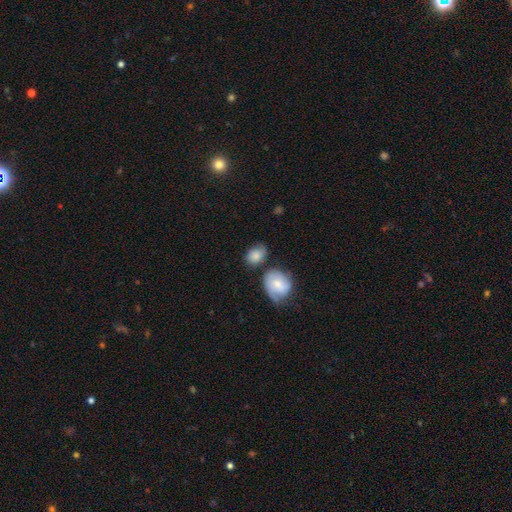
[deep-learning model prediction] Q: Smooth or featured?
A: smooth (81%); runner-up: featured or disk (12%)
Q: How rounded?
A: in between (63%); runner-up: round (36%)
Q: Merging?
A: none (58%); runner-up: minor disturbance (21%)